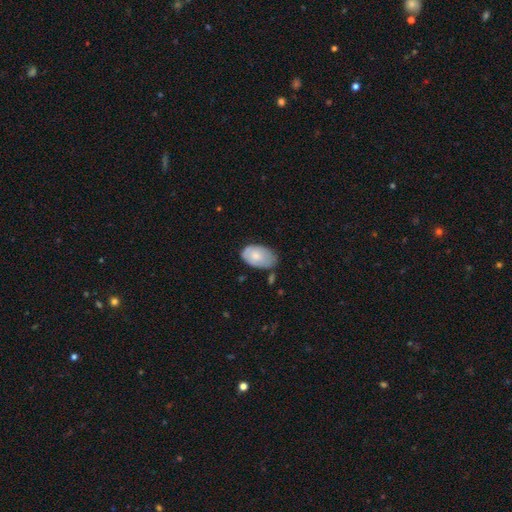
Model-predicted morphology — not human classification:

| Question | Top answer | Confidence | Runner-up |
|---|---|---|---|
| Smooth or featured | smooth | 70% | featured or disk (24%) |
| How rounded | in between | 92% | round (7%) |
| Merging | none | 55% | minor disturbance (33%) |